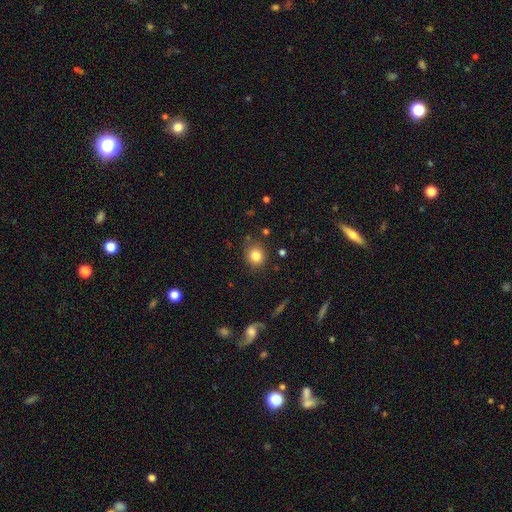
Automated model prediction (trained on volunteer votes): Smooth or featured: smooth — 83% (star or artifact — 10%)
How rounded: round — 81% (in between — 18%)
Merging: none — 83% (minor disturbance — 11%)